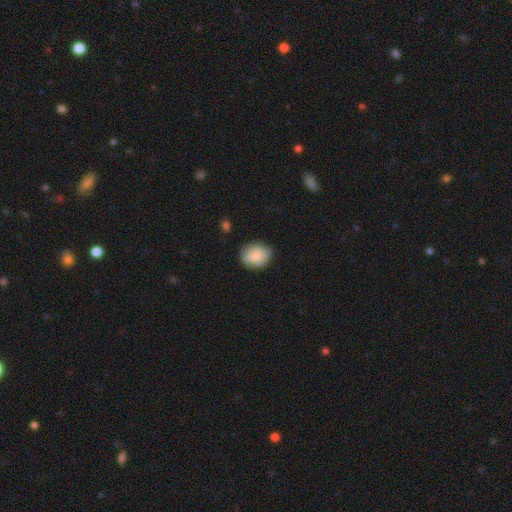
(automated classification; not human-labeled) Smooth or featured: smooth — 68% (featured or disk — 24%)
How rounded: round — 61% (in between — 38%)
Merging: none — 75% (minor disturbance — 19%)